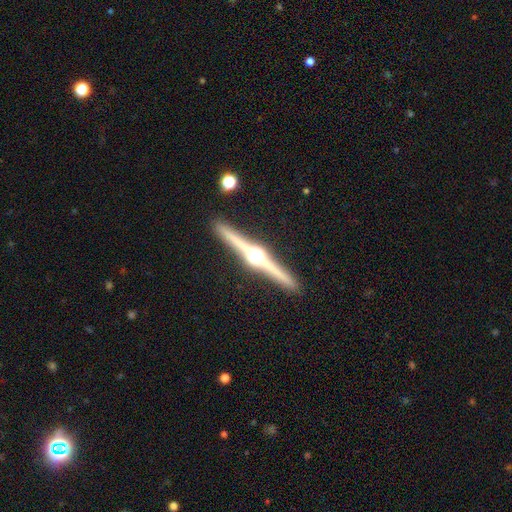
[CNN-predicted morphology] Q: Smooth or featured?
A: featured or disk (87%); runner-up: smooth (8%)
Q: Edge-on disk?
A: yes (98%); runner-up: no (2%)
Q: Edge-on bulge?
A: rounded (95%); runner-up: boxy (3%)
Q: Merging?
A: none (92%); runner-up: minor disturbance (6%)